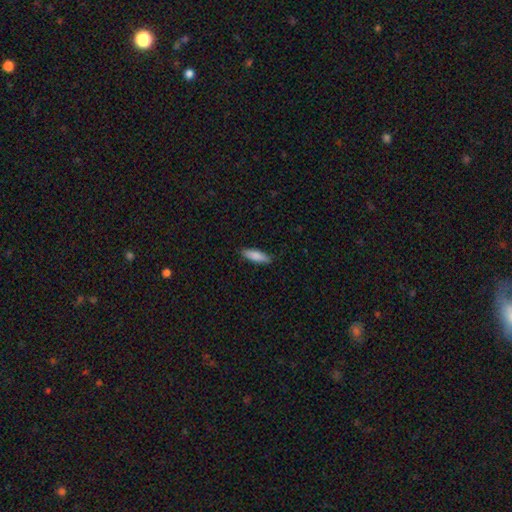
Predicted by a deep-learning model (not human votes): Overall: smooth (85%). How rounded: cigar-shaped (56%; in between 43%). Merging: none (88%).